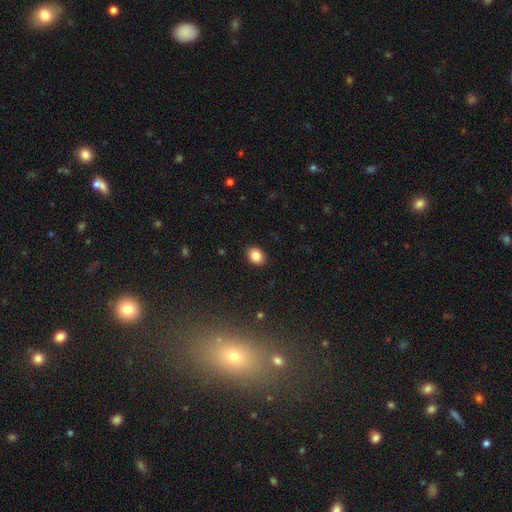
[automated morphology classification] A smooth galaxy with no disk features (86%) that is in between round and cigar-shaped (56%). Merging: none (90%).